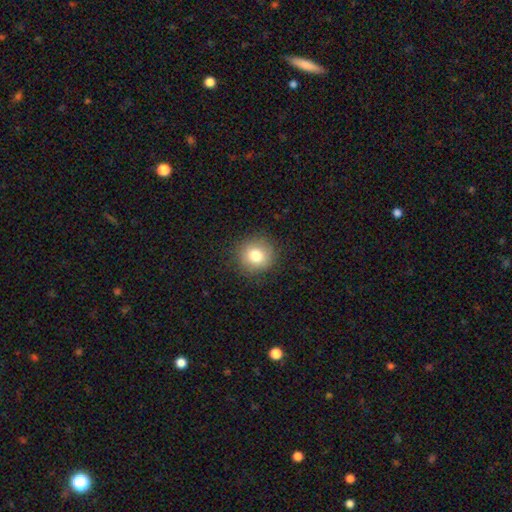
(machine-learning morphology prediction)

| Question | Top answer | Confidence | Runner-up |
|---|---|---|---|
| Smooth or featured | smooth | 80% | star or artifact (11%) |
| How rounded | round | 92% | in between (7%) |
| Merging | none | 88% | minor disturbance (8%) |